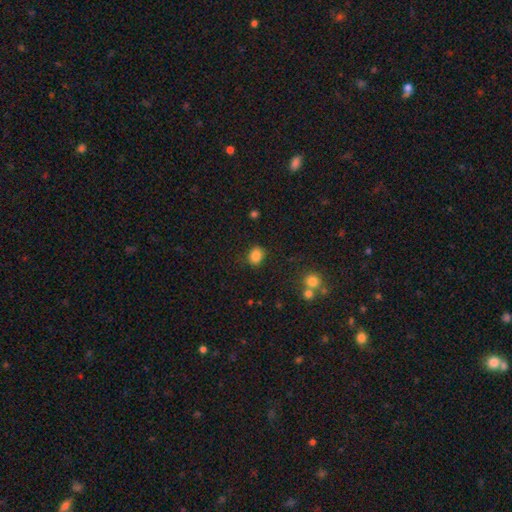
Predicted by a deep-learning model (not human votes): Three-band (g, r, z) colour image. It shows a smooth galaxy with no disk features (85%) that is round (51%). Merging: none (84%).